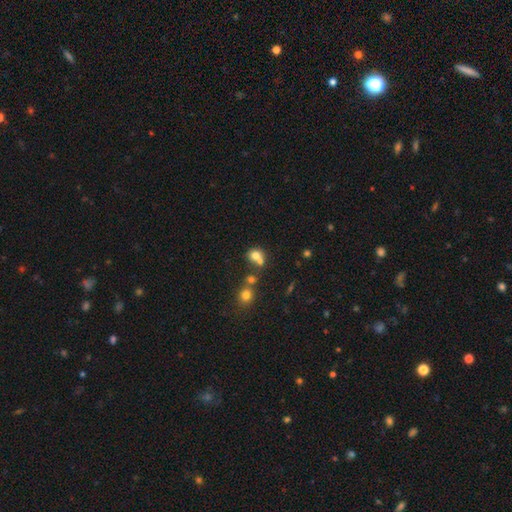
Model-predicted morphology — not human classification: Smooth or featured? Predicted: smooth (p=0.71). How rounded? Predicted: round (p=0.77). Merging? Predicted: merger (p=0.44).